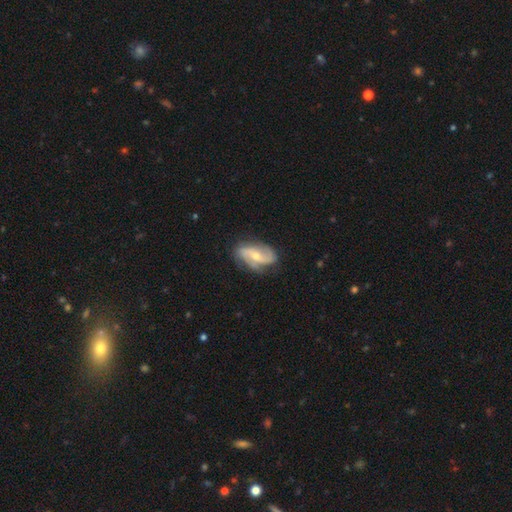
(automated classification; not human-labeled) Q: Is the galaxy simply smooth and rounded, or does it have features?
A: featured or disk — 80%.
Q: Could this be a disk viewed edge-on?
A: no — 95%.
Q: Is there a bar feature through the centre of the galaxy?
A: no — 40%, tied with weak.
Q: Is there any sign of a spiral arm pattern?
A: yes — 95%.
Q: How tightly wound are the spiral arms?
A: loose — 42%.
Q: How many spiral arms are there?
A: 2 — 76%.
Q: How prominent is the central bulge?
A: small — 48%.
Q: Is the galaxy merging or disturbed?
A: none — 73%.